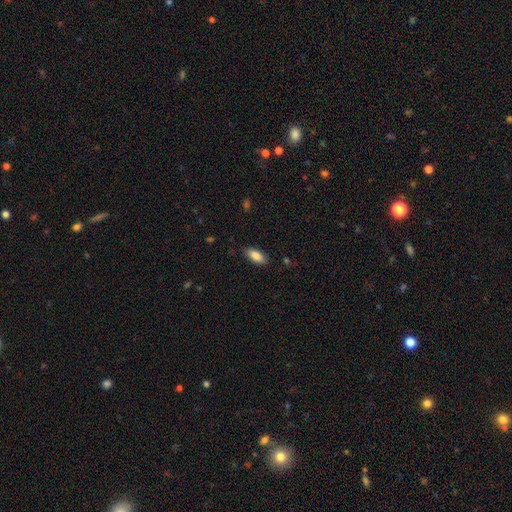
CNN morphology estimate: type=smooth (86%); roundness=in between (86%); merging=none (86%).